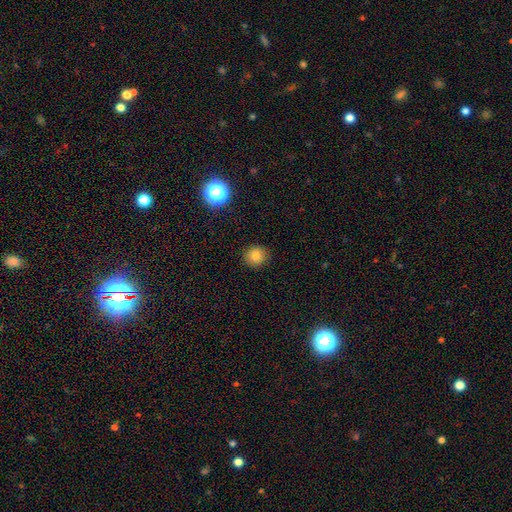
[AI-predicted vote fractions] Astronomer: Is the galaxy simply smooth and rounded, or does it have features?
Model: smooth — 79%.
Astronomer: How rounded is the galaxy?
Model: round — 92%.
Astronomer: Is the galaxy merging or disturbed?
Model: none — 91%.